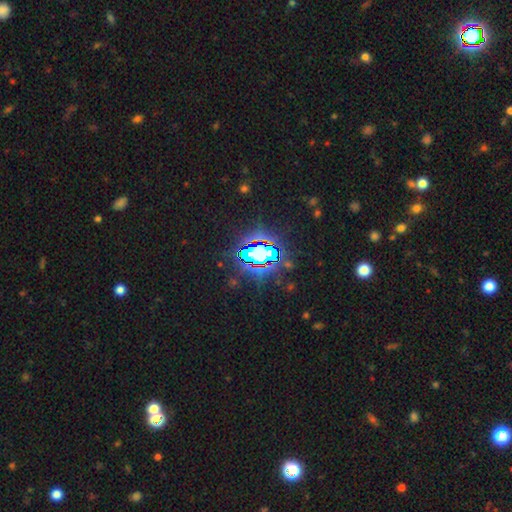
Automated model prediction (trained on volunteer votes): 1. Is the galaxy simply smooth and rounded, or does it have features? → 81% star or artifact, 12% smooth, 7% featured or disk.